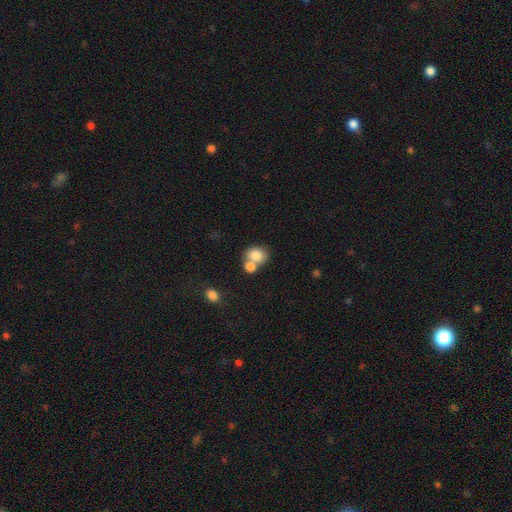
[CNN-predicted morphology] Smooth or featured? smooth (81%)
How rounded? round (52%)
Merging? merger (47%)